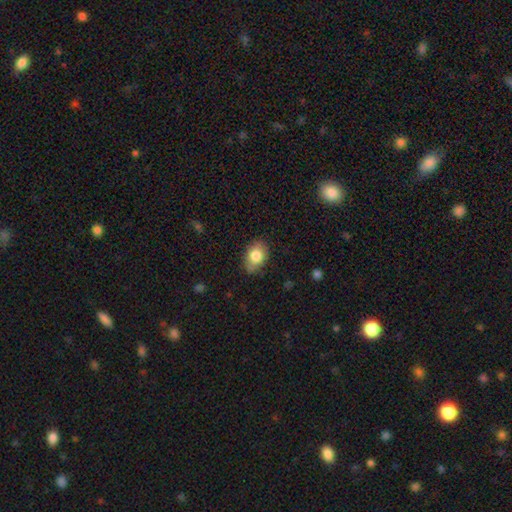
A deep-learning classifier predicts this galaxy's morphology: Smooth or featured: smooth — 81% (featured or disk — 11%)
How rounded: in between — 75% (round — 24%)
Merging: none — 77% (minor disturbance — 18%)